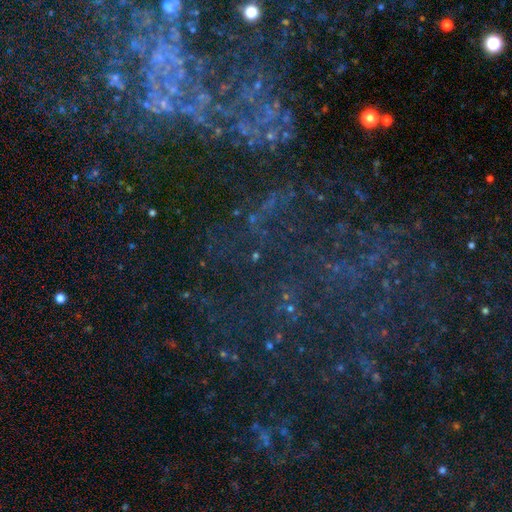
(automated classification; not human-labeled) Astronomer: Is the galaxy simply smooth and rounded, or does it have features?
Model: star or artifact — 75%.